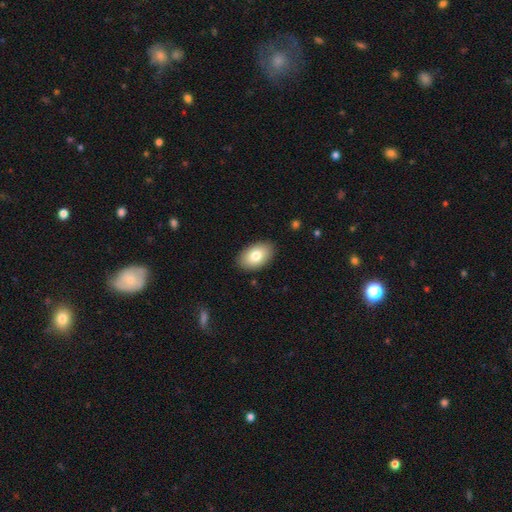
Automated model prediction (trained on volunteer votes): Smooth or featured?
  - smooth: 80% *
  - featured or disk: 13%
  - star or artifact: 7%
How rounded?
  - in between: 92% *
  - round: 6%
  - cigar-shaped: 1%
Merging?
  - none: 89% *
  - minor disturbance: 8%
  - major disturbance: 2%
  - merger: 1%